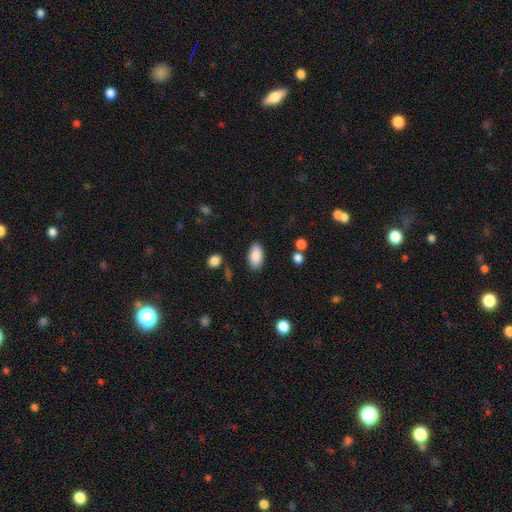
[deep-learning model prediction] A smooth galaxy with no disk features (88%) that is in between round and cigar-shaped (94%). Merging: none (86%).